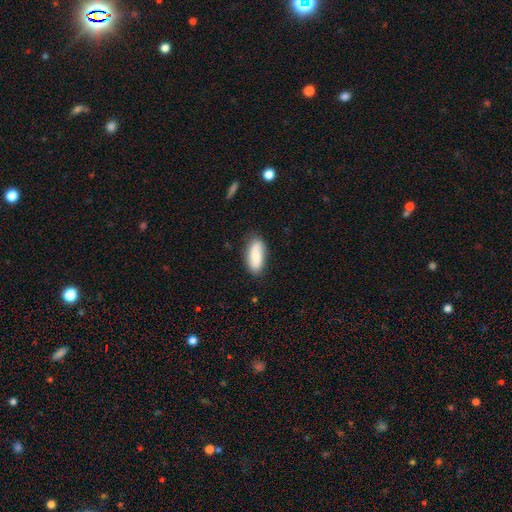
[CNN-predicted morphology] smooth_or_featured: smooth (p=0.68) [alt: featured or disk p=0.26]
how_rounded: in between (p=0.86) [alt: cigar-shaped p=0.12]
merging: none (p=0.82) [alt: minor disturbance p=0.14]